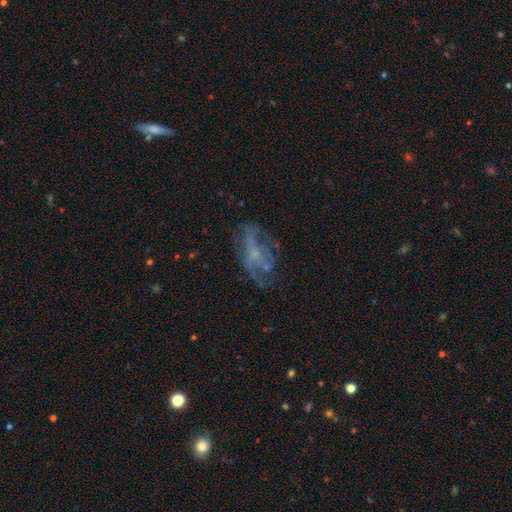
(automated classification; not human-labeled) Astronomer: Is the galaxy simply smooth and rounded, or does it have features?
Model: featured or disk — 62%.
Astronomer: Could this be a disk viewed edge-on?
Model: no — 94%.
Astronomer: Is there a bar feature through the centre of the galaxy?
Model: no — 77%.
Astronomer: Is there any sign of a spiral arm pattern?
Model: no — 58% (runner-up: yes, 42%).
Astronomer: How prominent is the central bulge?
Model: small — 53% (runner-up: none, 32%).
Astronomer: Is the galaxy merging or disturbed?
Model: none — 46% (runner-up: major disturbance, 30%).